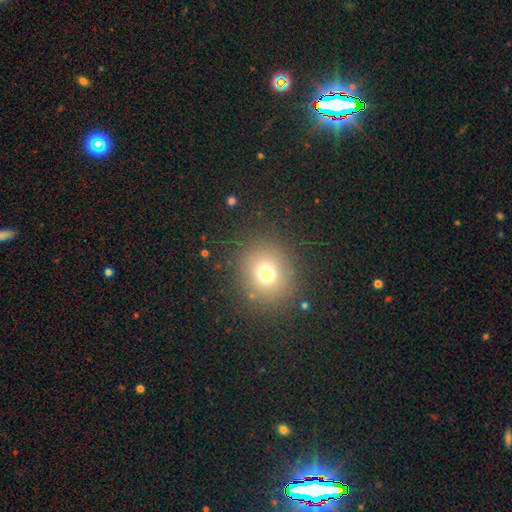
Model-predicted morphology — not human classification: Smooth or featured: smooth — 63% (star or artifact — 29%)
How rounded: round — 81% (in between — 18%)
Merging: none — 90% (minor disturbance — 6%)